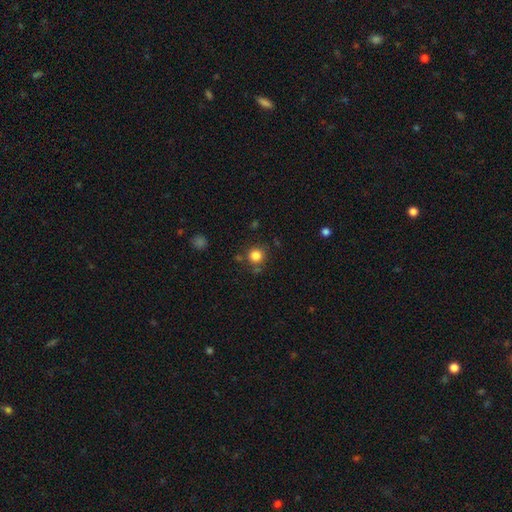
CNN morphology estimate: type=smooth (83%); roundness=round (94%); merging=none (81%).